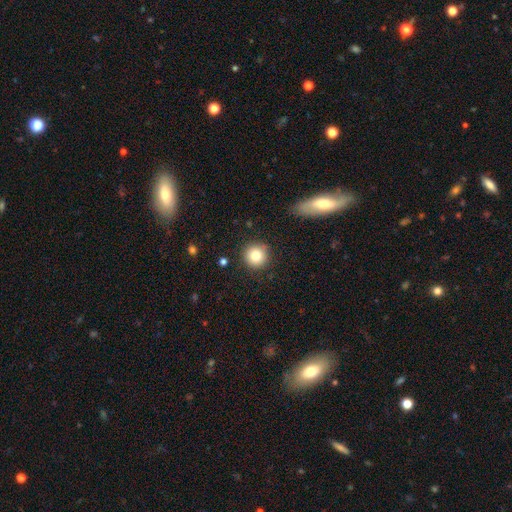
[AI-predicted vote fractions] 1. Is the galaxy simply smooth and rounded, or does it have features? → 81% smooth, 10% star or artifact, 9% featured or disk.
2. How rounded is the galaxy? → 94% round, 5% in between, 1% cigar-shaped.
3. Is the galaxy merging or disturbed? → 88% none, 8% minor disturbance, 2% major disturbance, 2% merger.